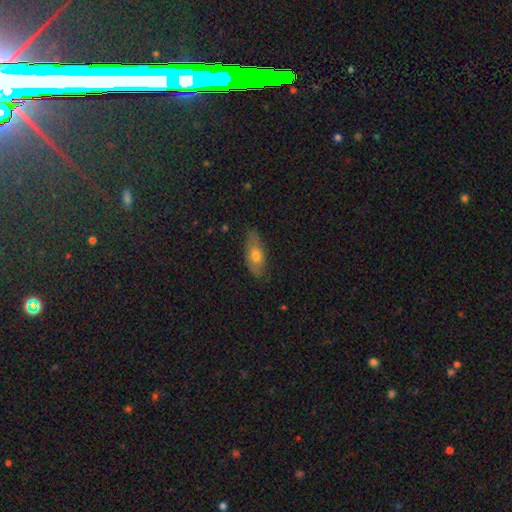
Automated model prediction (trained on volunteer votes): Overall: smooth (63%; featured or disk 30%). How rounded: in between (81%). Merging: none (76%).